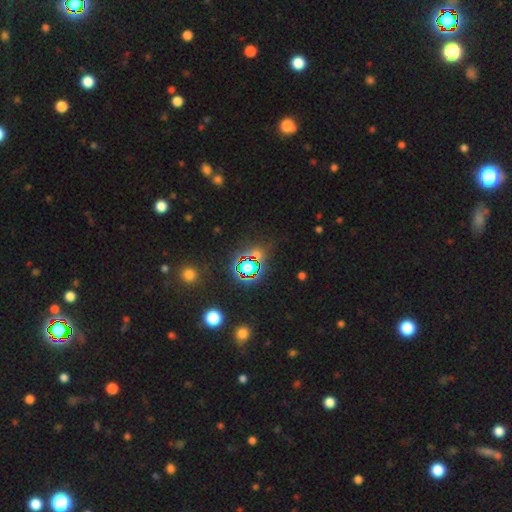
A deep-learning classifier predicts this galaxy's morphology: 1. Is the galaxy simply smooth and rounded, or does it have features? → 70% star or artifact, 21% smooth, 9% featured or disk.